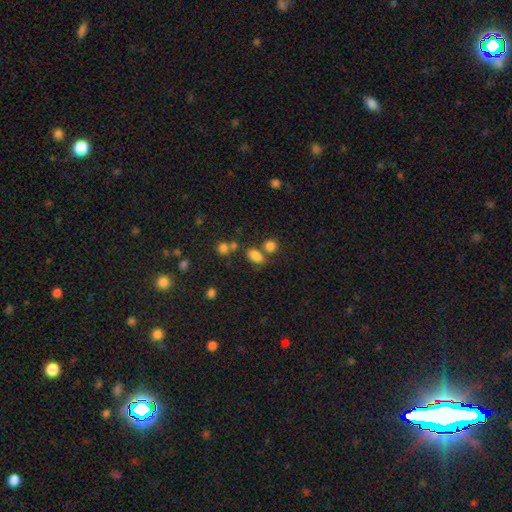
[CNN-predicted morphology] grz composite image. It shows a smooth galaxy with no disk features (80%) that is in between round and cigar-shaped (81%). Merging: none (58%).